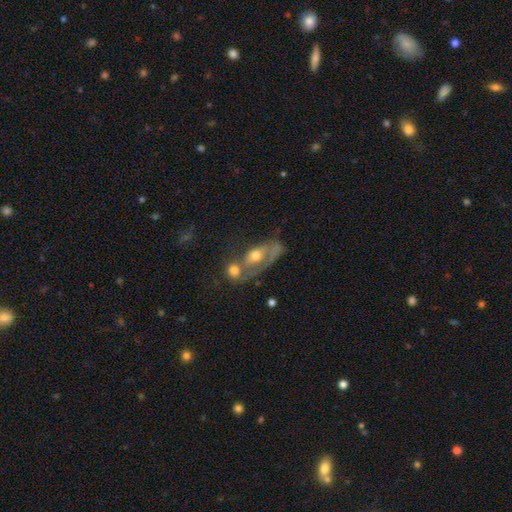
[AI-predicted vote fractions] Overall: featured or disk (52%; smooth 39%). Edge-on disk: no (87%). Merging: merger (51%; none 20%).